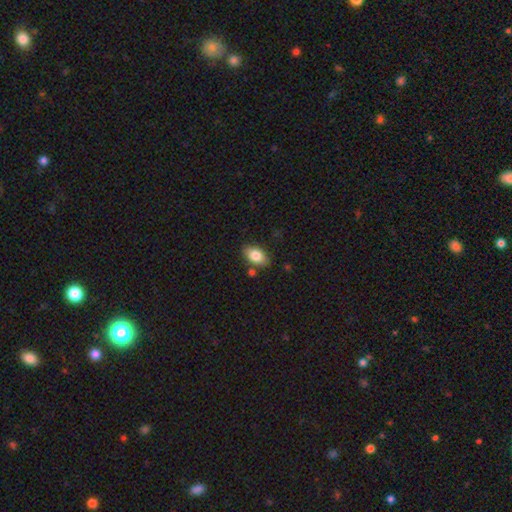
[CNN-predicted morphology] Smooth or featured? smooth (83%)
How rounded? in between (90%)
Merging? none (80%)